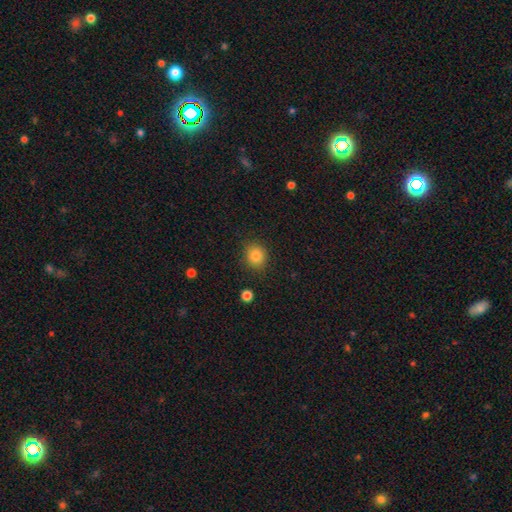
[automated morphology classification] smooth_or_featured: smooth (p=0.83) [alt: star or artifact p=0.11]
how_rounded: round (p=0.76) [alt: in between p=0.24]
merging: none (p=0.87) [alt: minor disturbance p=0.09]